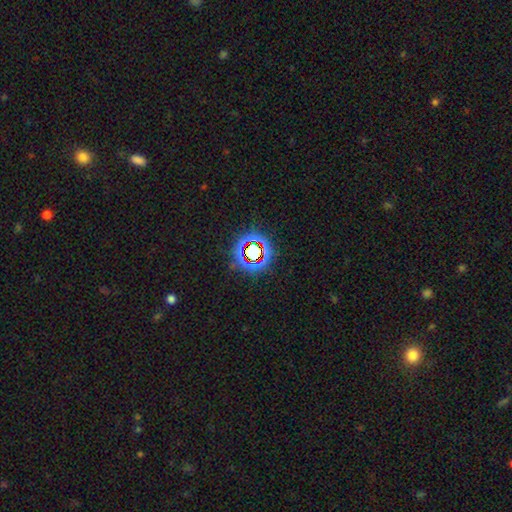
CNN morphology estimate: Smooth or featured? Predicted: star or artifact (p=0.75).